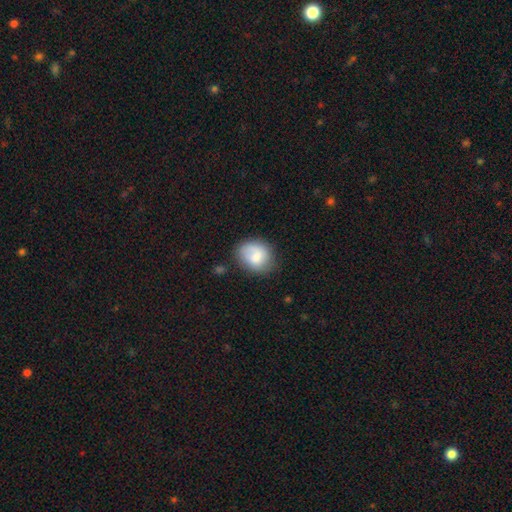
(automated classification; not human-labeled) smooth 76%, featured or disk 17%, star or artifact 7%. Down the decision tree: how rounded — round (59%); merging — none (67%).